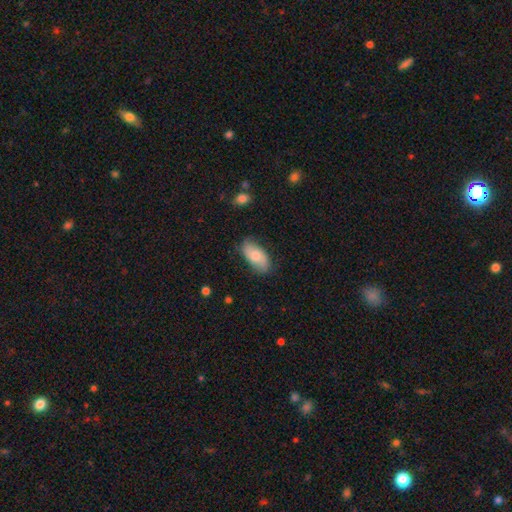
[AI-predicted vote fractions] Q: Smooth or featured?
A: smooth (74%); runner-up: featured or disk (20%)
Q: How rounded?
A: in between (93%); runner-up: cigar-shaped (5%)
Q: Merging?
A: none (77%); runner-up: minor disturbance (18%)